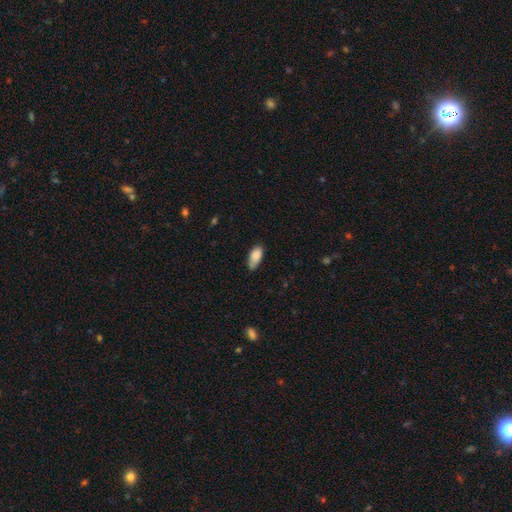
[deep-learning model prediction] Smooth or featured? smooth (85%)
How rounded? in between (89%)
Merging? none (55%)